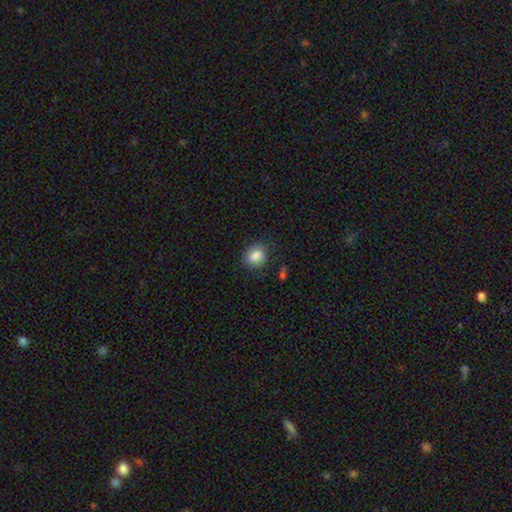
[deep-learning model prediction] Smooth or featured? Predicted: smooth (p=0.84). How rounded? Predicted: round (p=0.55). Merging? Predicted: none (p=0.74).